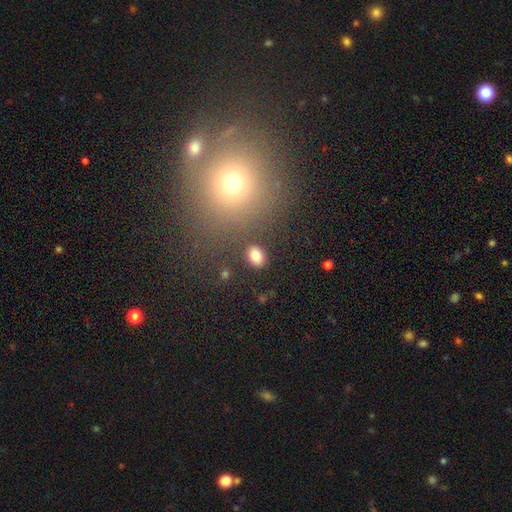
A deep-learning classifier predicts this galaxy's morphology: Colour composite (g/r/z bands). It shows a smooth galaxy with no disk features (82%) that is in between round and cigar-shaped (70%). Merging: none (85%).